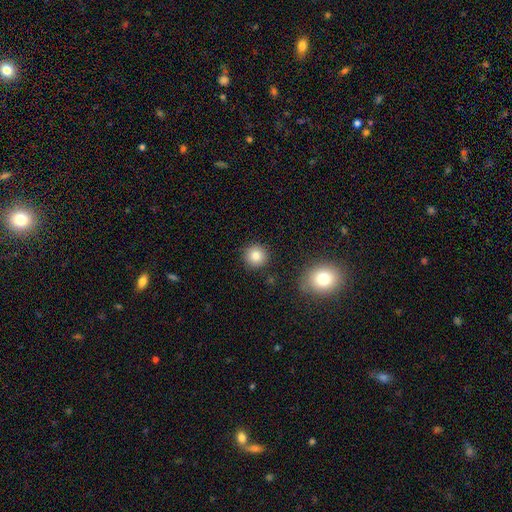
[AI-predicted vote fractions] Smooth or featured? smooth (84%)
How rounded? round (94%)
Merging? none (89%)